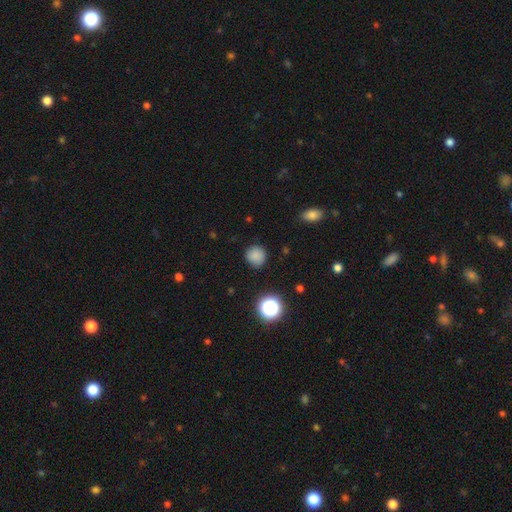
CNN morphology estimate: The model was most divided on "smooth or featured": smooth: 83%, star or artifact: 13%, featured or disk: 4%. More confident: how rounded — round (92%); merging — none (86%).